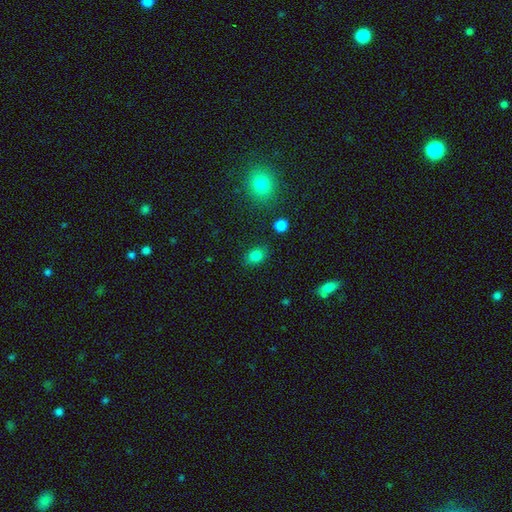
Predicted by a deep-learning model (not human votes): A smooth galaxy with no disk features (84%) that is in between round and cigar-shaped (59%). Merging: none (81%).